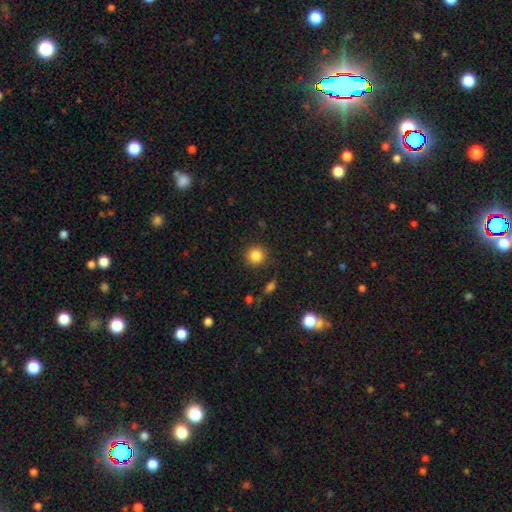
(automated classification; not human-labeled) smooth-or-featured: smooth: 84% | star or artifact: 11% | featured or disk: 5%
  how-rounded: round: 93% | in between: 6% | cigar-shaped: 1%
  merging: none: 87% | minor disturbance: 8% | major disturbance: 3% | merger: 2%